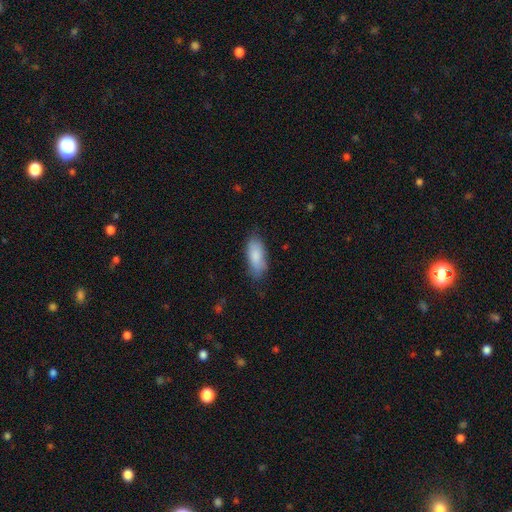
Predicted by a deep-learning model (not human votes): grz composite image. It shows a smooth galaxy with no disk features (86%) that is in between round and cigar-shaped (82%). Merging: none (72%).